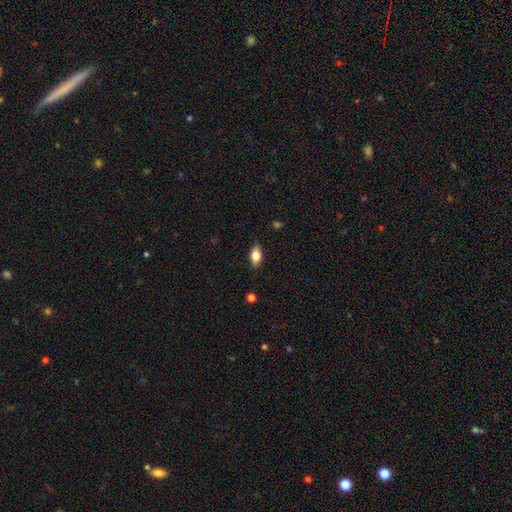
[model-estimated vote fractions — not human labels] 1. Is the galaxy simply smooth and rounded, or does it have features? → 80% smooth, 13% featured or disk, 7% star or artifact.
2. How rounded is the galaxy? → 88% in between, 8% cigar-shaped, 5% round.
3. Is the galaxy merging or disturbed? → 84% none, 12% minor disturbance, 3% major disturbance, 1% merger.